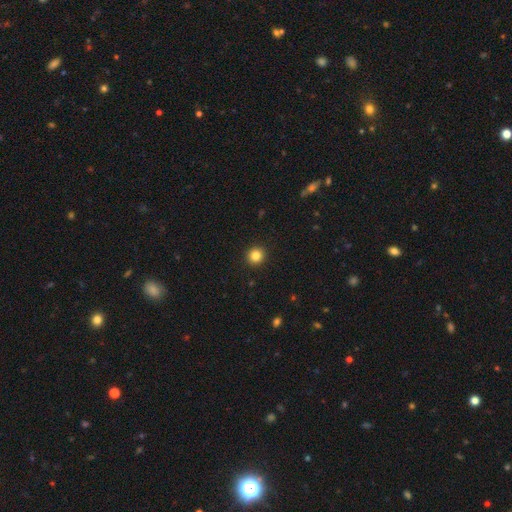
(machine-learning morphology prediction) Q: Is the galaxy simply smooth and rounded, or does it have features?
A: smooth — 84%.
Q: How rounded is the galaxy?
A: round — 94%.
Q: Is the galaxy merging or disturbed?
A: none — 93%.